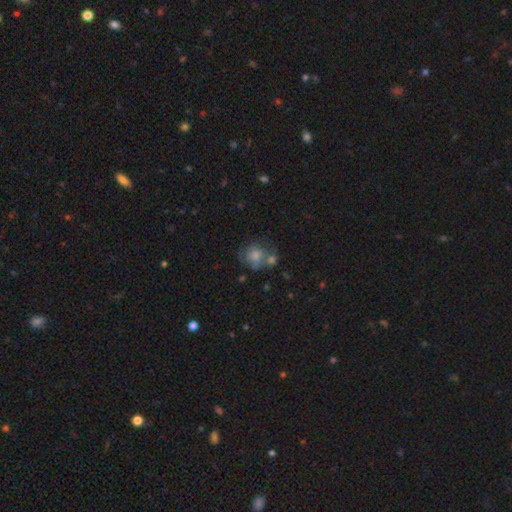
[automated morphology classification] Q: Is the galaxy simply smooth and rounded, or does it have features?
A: smooth — 63%.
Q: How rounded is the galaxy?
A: round — 74%.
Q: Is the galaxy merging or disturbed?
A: none — 39%.